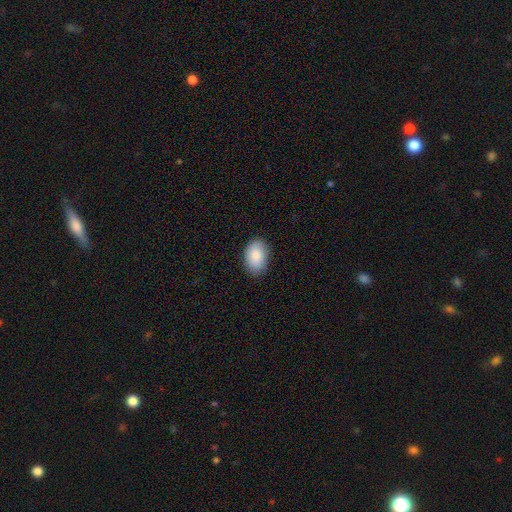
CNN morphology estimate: Smooth or featured: smooth — 85% (featured or disk — 8%)
How rounded: in between — 87% (round — 12%)
Merging: none — 83% (minor disturbance — 14%)